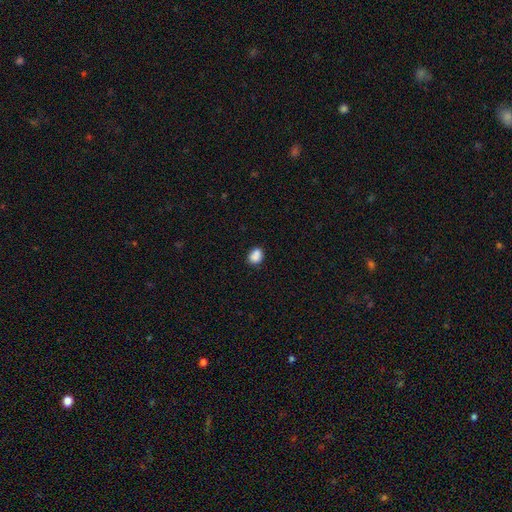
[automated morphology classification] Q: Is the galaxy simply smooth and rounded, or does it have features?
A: smooth — 85%.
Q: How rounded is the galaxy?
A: in between — 50%.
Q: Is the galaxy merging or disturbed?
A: none — 68%.